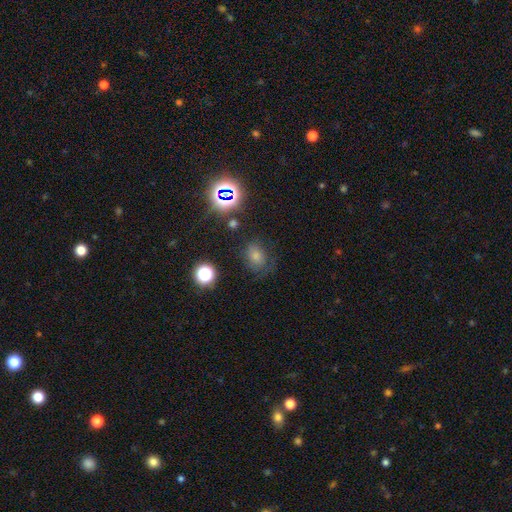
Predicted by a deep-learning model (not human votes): Smooth or featured: smooth — 52% (star or artifact — 33%)
How rounded: in between — 53% (round — 45%)
Merging: none — 69% (minor disturbance — 20%)